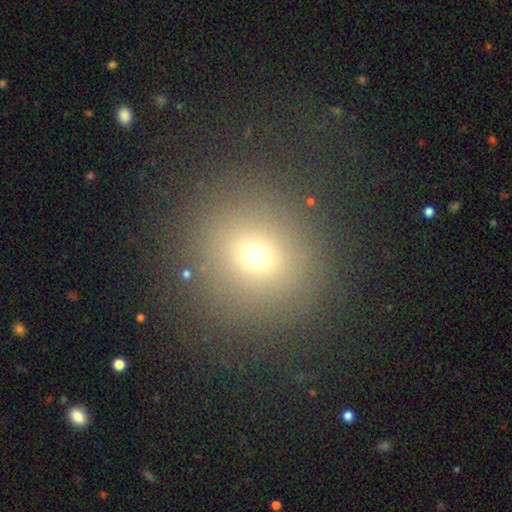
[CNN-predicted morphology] smooth 68%, star or artifact 22%, featured or disk 11%. Down the decision tree: how rounded — round (89%); merging — none (86%).